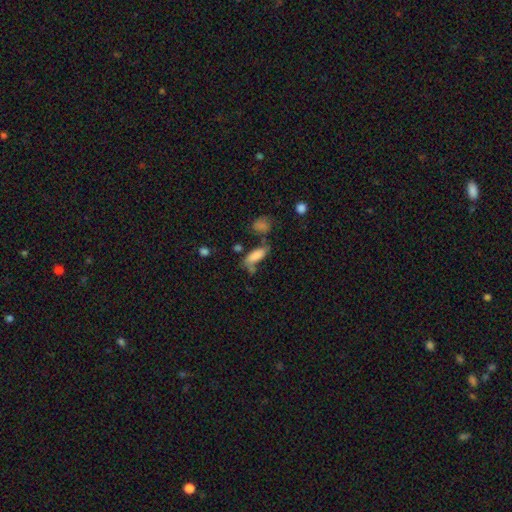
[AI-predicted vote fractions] smooth 76%, featured or disk 14%, star or artifact 10%. Down the decision tree: how rounded — in between (75%); merging — none (40%).